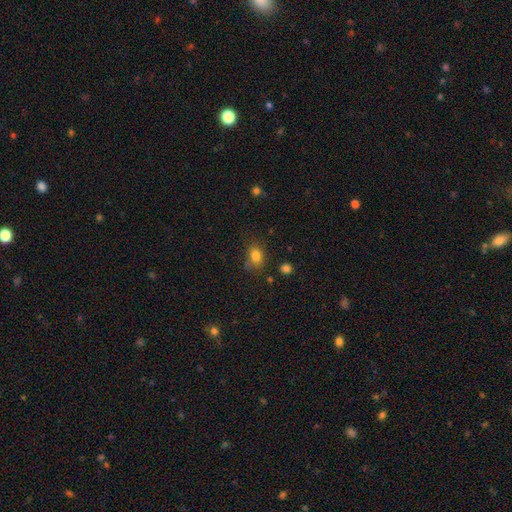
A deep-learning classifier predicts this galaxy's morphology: This is clearly a smooth galaxy (81%). How rounded: likely in between (65%). Merging: likely none (70%).